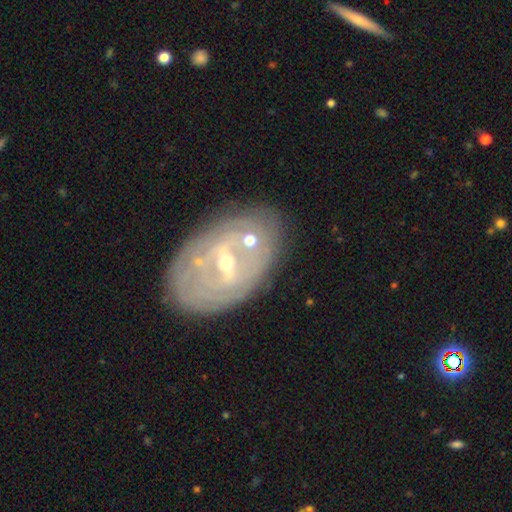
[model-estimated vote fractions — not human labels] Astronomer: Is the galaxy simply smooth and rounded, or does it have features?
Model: featured or disk — 74%.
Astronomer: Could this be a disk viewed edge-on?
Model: no — 93%.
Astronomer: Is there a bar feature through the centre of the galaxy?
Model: weak — 44% (runner-up: strong, 33%).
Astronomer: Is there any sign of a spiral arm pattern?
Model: yes — 57% (runner-up: no, 43%).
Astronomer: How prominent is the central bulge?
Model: small — 61%.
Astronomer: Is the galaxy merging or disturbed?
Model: none — 69%.